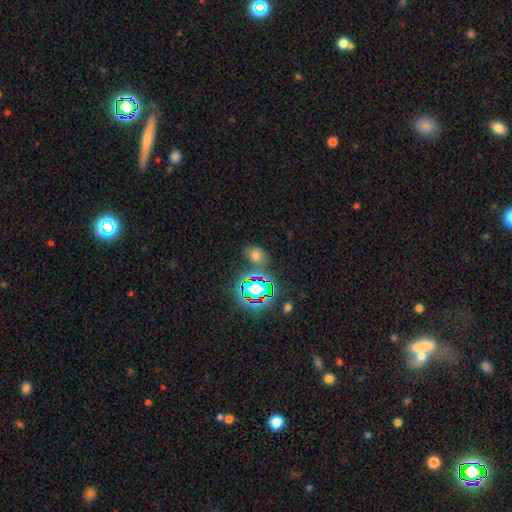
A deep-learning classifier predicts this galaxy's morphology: The model was most divided on "smooth or featured": smooth: 54%, star or artifact: 37%, featured or disk: 9%. More confident: how rounded — in between (71%); merging — none (65%).